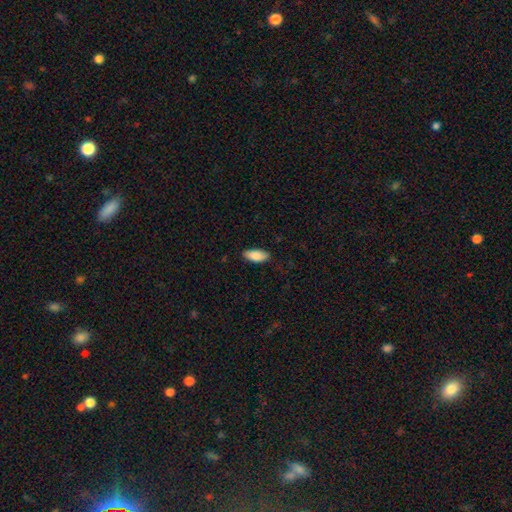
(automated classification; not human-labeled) smooth-or-featured: smooth: 88% | star or artifact: 6% | featured or disk: 6%
  how-rounded: in between: 87% | cigar-shaped: 11% | round: 2%
  merging: none: 85% | minor disturbance: 12% | major disturbance: 2% | merger: 1%